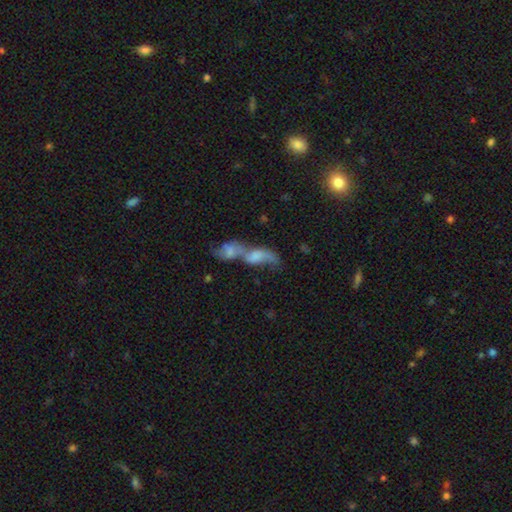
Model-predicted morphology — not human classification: Overall: featured or disk (46%; smooth 35%). Merging: merger (66%).